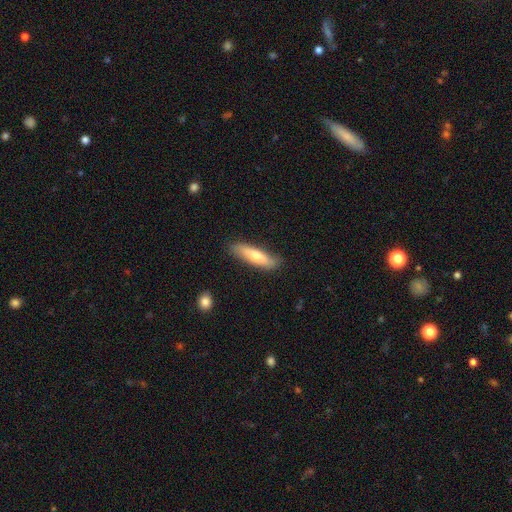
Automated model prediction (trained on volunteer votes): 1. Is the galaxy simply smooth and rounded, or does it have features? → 60% smooth, 34% featured or disk, 6% star or artifact.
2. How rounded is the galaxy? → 71% cigar-shaped, 27% in between, 2% round.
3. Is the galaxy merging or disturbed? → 83% none, 13% minor disturbance, 2% major disturbance, 1% merger.